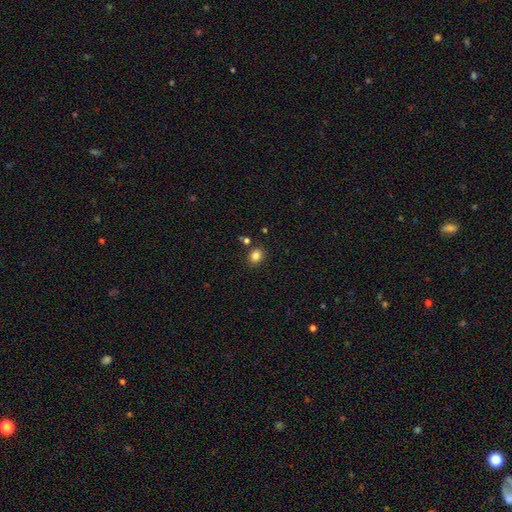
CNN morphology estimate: Smooth or featured? smooth (84%)
How rounded? round (70%)
Merging? none (84%)